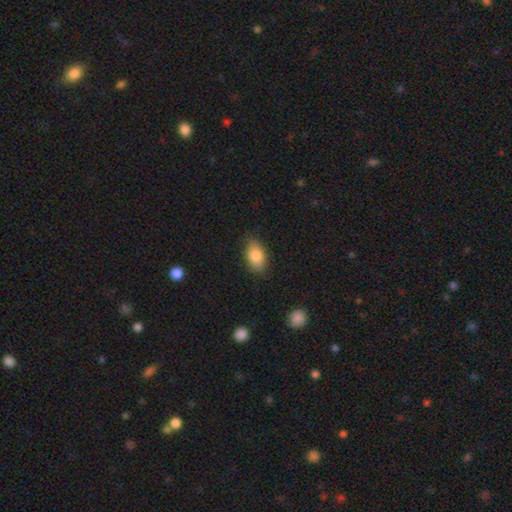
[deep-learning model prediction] Smooth or featured? smooth (84%)
How rounded? in between (90%)
Merging? none (80%)